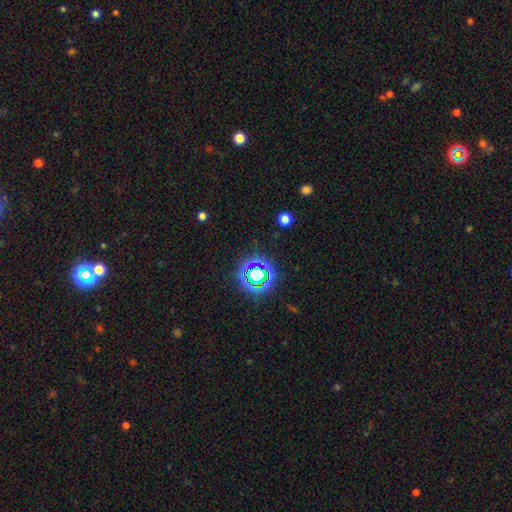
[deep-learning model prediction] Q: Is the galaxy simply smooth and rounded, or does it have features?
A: star or artifact — 77%.